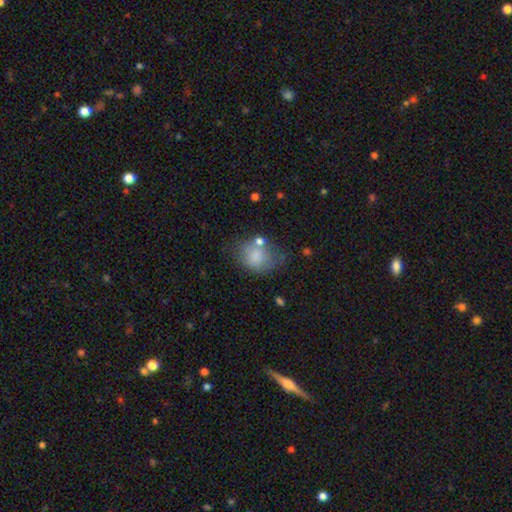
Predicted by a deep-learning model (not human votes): Morphology: type=smooth (76%); roundness=in between (53%); merging=none (49%).